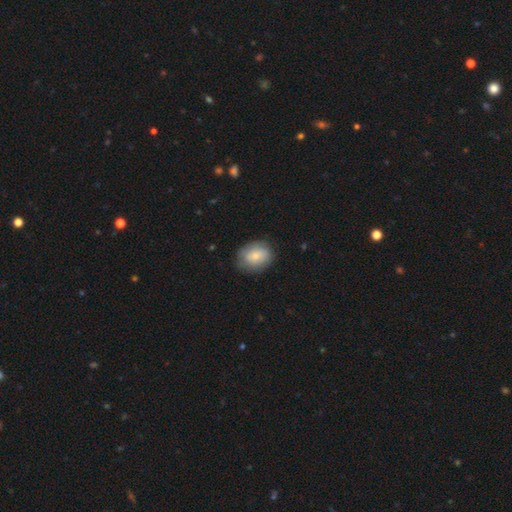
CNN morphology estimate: type=smooth (77%); roundness=in between (53%); merging=none (76%).